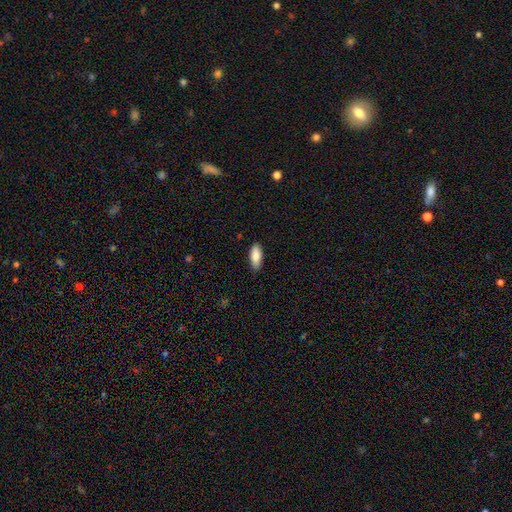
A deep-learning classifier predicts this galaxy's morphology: This appears to be a smooth galaxy with no disk features (85%) that is in between round and cigar-shaped (80%). Merging: none (85%).